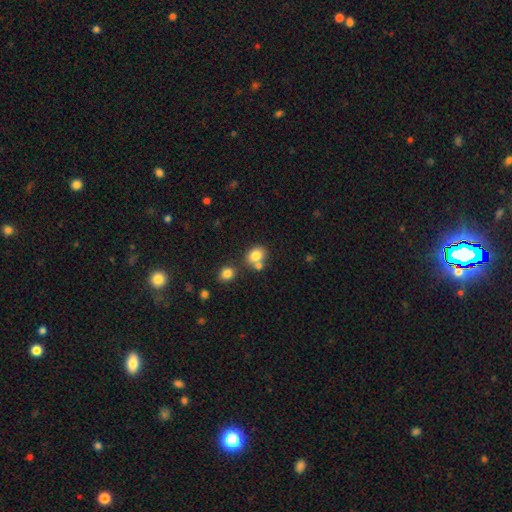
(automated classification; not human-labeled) smooth 80%, star or artifact 11%, featured or disk 9%. Down the decision tree: how rounded — round (57%); merging — none (54%).